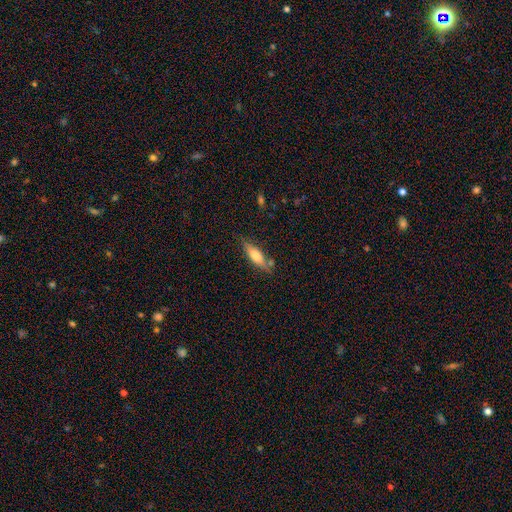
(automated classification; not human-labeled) Smooth or featured: smooth — 66% (featured or disk — 28%)
How rounded: cigar-shaped — 52% (in between — 46%)
Merging: none — 72% (minor disturbance — 18%)